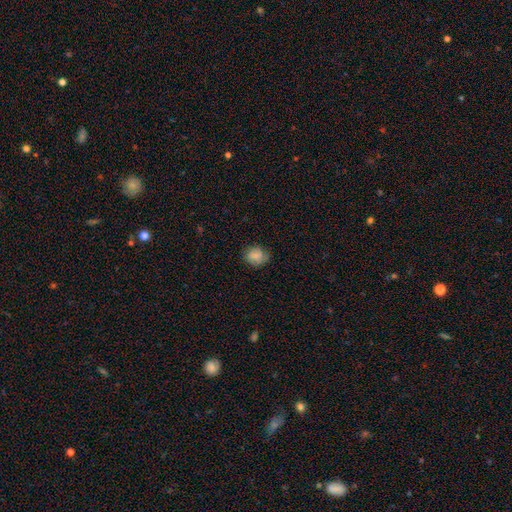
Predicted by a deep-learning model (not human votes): Q: Smooth or featured?
A: smooth (78%); runner-up: featured or disk (13%)
Q: How rounded?
A: round (66%); runner-up: in between (33%)
Q: Merging?
A: none (71%); runner-up: minor disturbance (22%)